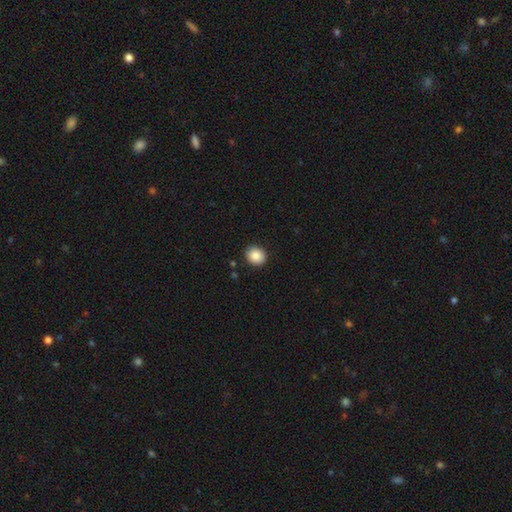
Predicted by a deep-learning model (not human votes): Morphology: type=smooth (88%); roundness=round (73%); merging=none (90%).